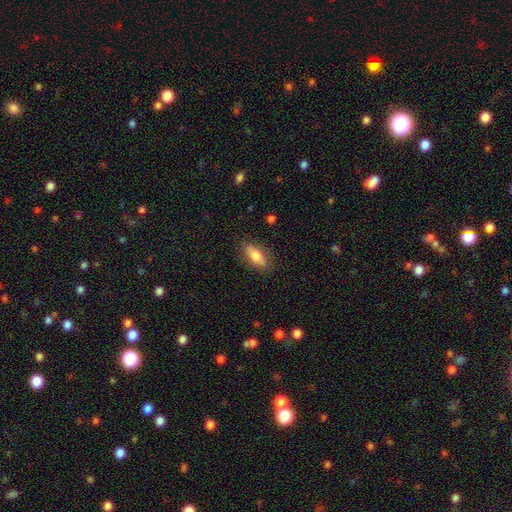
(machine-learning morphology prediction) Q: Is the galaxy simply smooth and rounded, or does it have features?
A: smooth — 75%.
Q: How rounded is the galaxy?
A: in between — 75%.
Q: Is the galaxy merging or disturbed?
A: none — 84%.